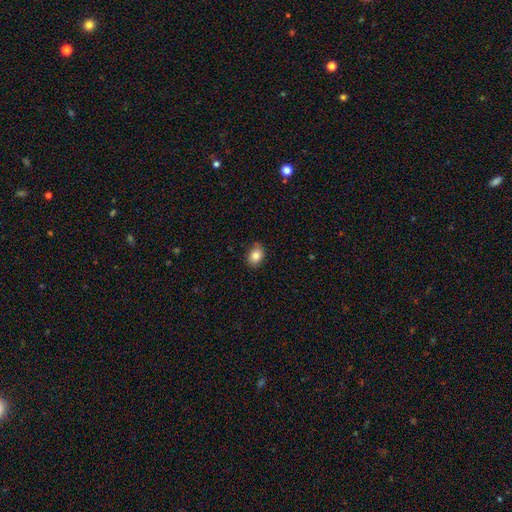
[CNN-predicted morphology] Smooth or featured?
  - smooth: 83% *
  - star or artifact: 9%
  - featured or disk: 8%
How rounded?
  - in between: 62% *
  - round: 37%
  - cigar-shaped: 1%
Merging?
  - none: 84% *
  - minor disturbance: 13%
  - major disturbance: 2%
  - merger: 1%